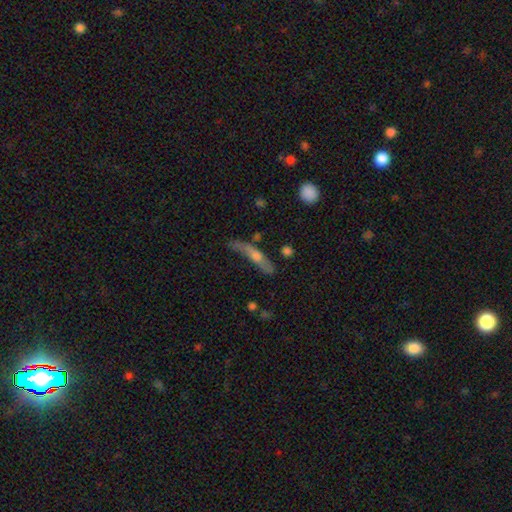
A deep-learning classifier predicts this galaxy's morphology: Smooth or featured?
  - smooth: 48% *
  - featured or disk: 44%
  - star or artifact: 8%
Merging?
  - none: 48% *
  - minor disturbance: 28%
  - major disturbance: 17%
  - merger: 7%